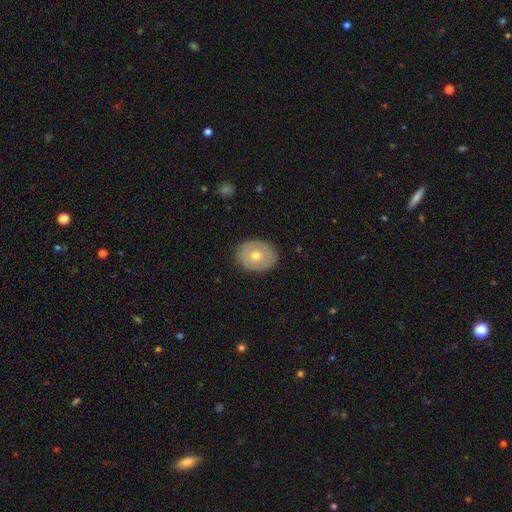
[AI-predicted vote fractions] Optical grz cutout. It shows a smooth galaxy with no disk features (56%) that is in between round and cigar-shaped (59%). Merging: none (87%).